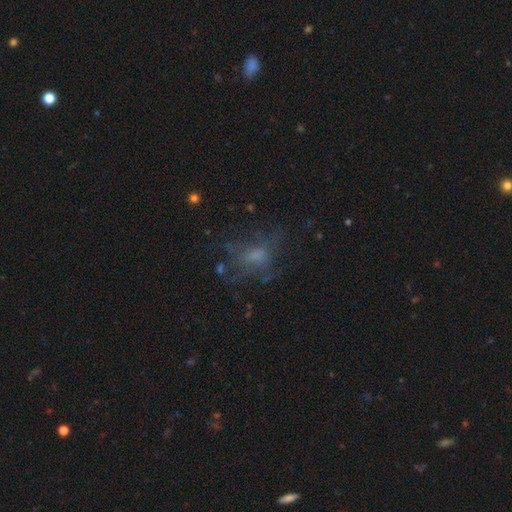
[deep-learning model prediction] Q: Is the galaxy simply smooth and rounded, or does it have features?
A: featured or disk — 40%.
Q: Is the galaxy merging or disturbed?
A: none — 52%.